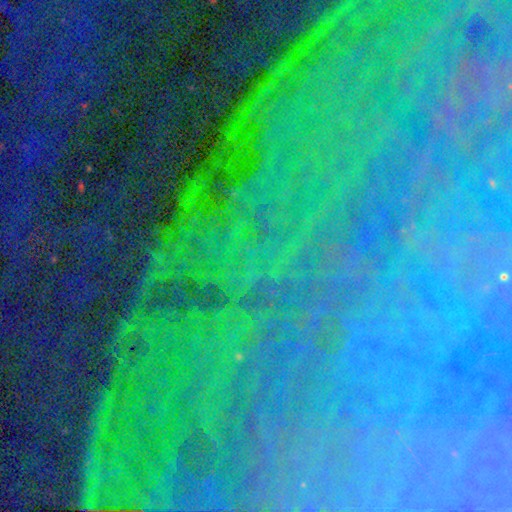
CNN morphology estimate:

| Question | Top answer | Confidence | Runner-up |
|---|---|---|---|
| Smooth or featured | star or artifact | 76% | featured or disk (14%) |